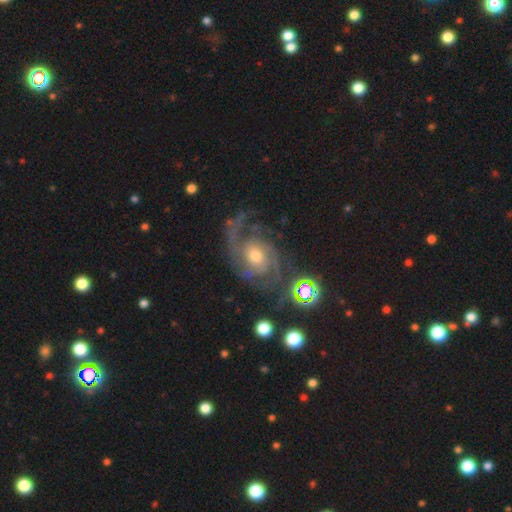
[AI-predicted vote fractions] Smooth or featured? Predicted: featured or disk (p=0.86). Edge-on disk? Predicted: no (p=0.97). Bar? Predicted: no (p=0.67). Spiral arms? Predicted: yes (p=0.97). Spiral winding? Predicted: tight (p=0.45). Spiral arm count? Predicted: 2 (p=0.42). Bulge size? Predicted: moderate (p=0.51). Merging? Predicted: none (p=0.64).